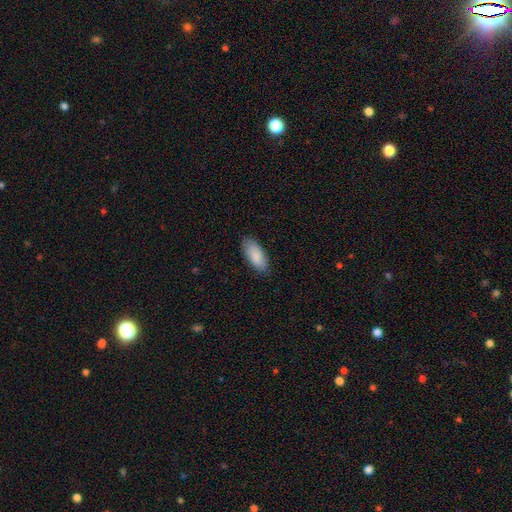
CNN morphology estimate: Smooth or featured: smooth — 89% (featured or disk — 6%)
How rounded: in between — 86% (cigar-shaped — 13%)
Merging: none — 84% (minor disturbance — 12%)